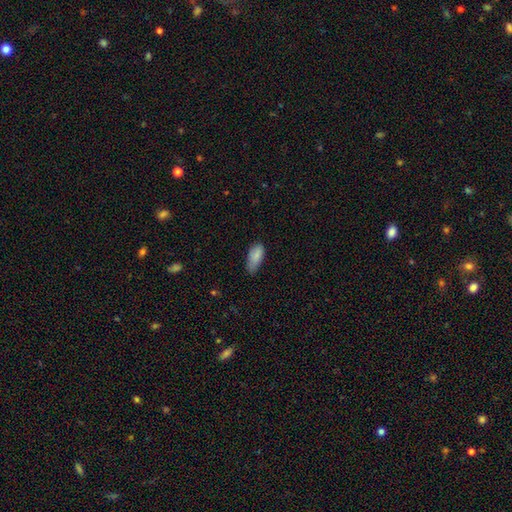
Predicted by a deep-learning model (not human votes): Smooth or featured: smooth — 86% (star or artifact — 7%)
How rounded: in between — 87% (cigar-shaped — 11%)
Merging: none — 50% (minor disturbance — 40%)